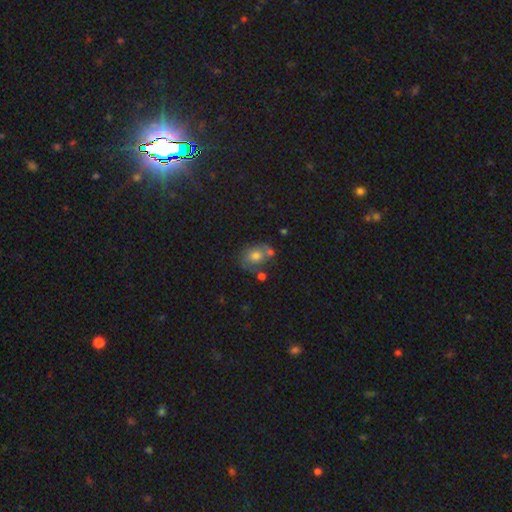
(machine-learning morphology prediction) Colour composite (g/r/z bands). It shows a smooth galaxy with no disk features (59%) that is round (50%). Merging: none (48%).